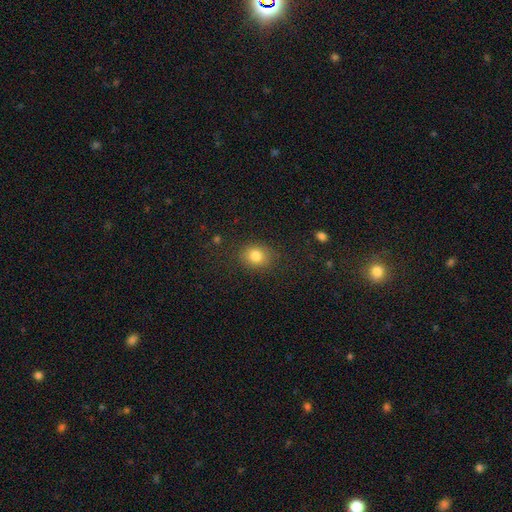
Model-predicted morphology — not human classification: Smooth or featured: smooth — 82% (star or artifact — 11%)
How rounded: round — 62% (in between — 37%)
Merging: none — 83% (minor disturbance — 11%)